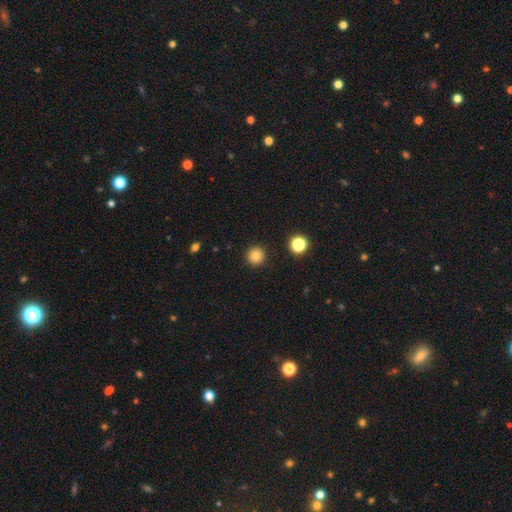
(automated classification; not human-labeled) Smooth or featured? smooth (82%)
How rounded? round (96%)
Merging? none (92%)